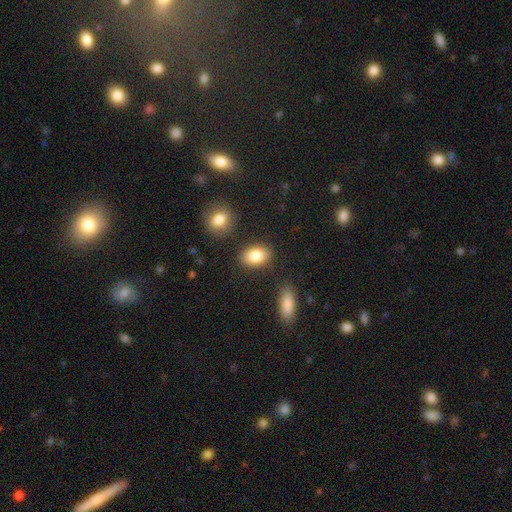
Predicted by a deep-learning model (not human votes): The model was most divided on "how rounded": in between: 83%, round: 16%, cigar-shaped: 2%. More confident: smooth or featured — smooth (85%); merging — none (81%).